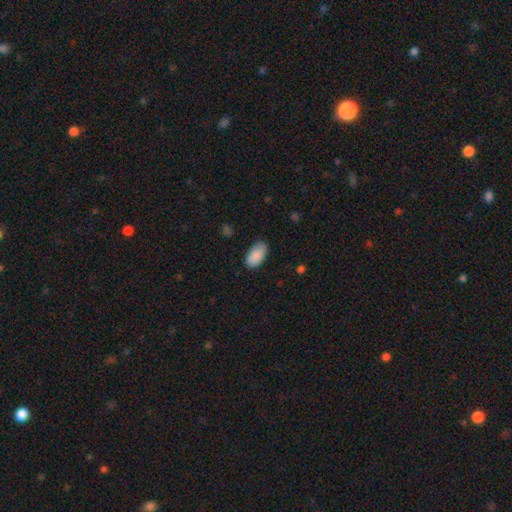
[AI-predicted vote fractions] Smooth or featured? smooth (90%)
How rounded? in between (95%)
Merging? none (82%)